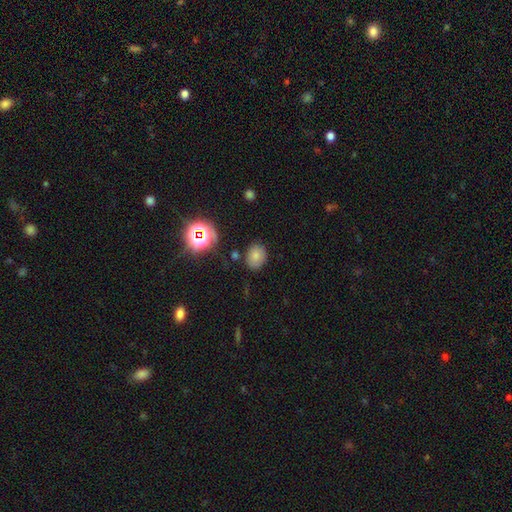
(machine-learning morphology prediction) A smooth galaxy with no disk features (73%) that is in between round and cigar-shaped (60%). Merging: none (78%).